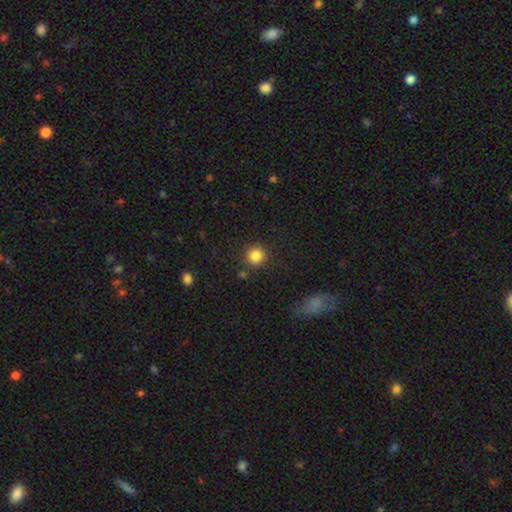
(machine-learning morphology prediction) Smooth or featured? smooth (85%)
How rounded? round (92%)
Merging? none (86%)